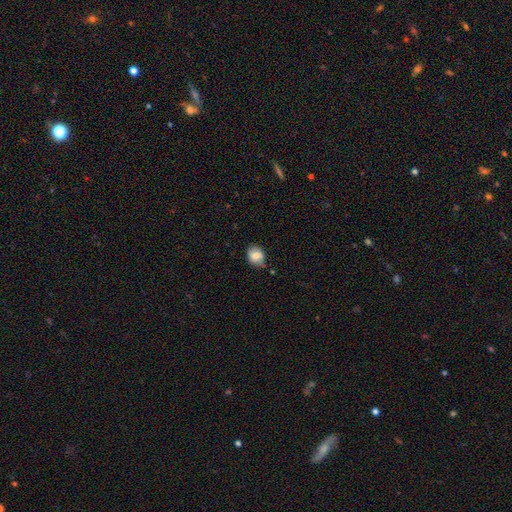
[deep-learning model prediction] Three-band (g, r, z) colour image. It shows a smooth galaxy with no disk features (77%) that is in between round and cigar-shaped (58%). Merging: none (71%).